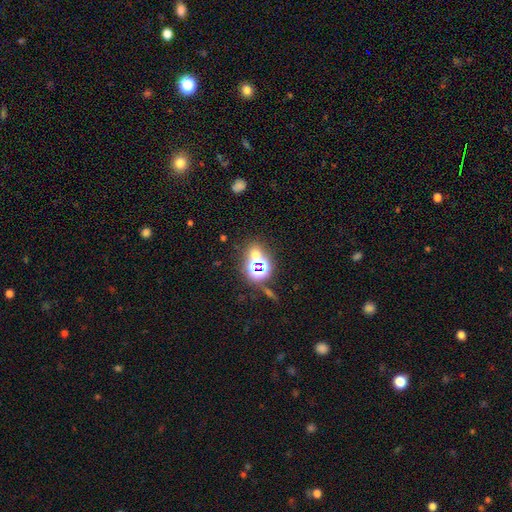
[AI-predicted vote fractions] smooth-or-featured: star or artifact: 54% | smooth: 35% | featured or disk: 11%